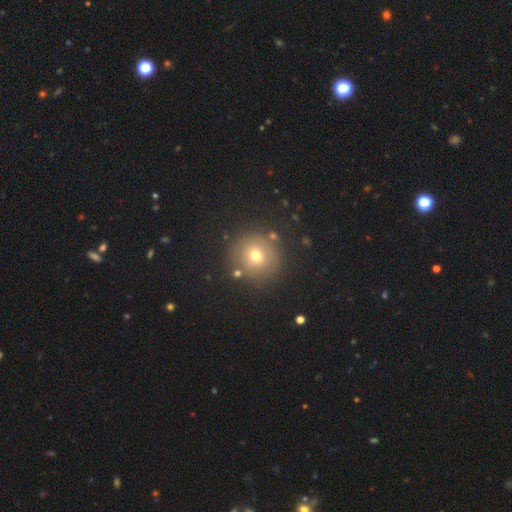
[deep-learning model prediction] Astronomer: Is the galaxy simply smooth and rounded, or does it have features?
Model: smooth — 68%.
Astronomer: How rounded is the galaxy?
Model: round — 94%.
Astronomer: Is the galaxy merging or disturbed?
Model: none — 84%.